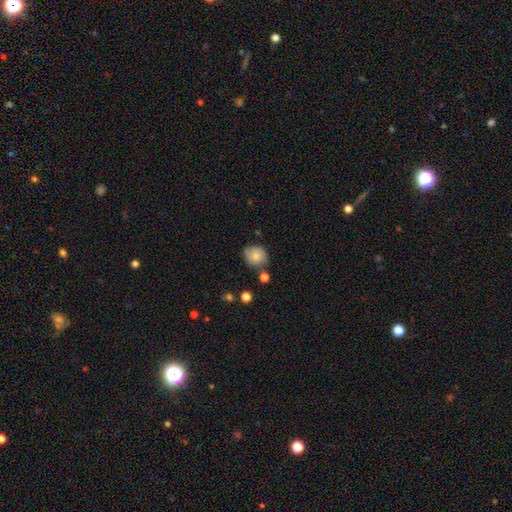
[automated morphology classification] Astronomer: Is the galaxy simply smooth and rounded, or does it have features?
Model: smooth — 76%.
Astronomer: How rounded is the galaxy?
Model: round — 80%.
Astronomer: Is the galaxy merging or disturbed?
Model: none — 63%.